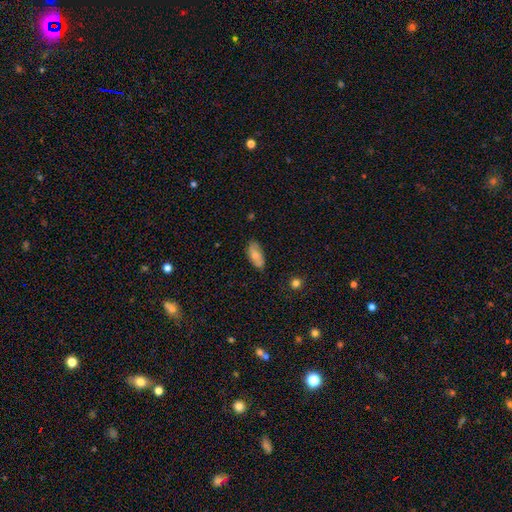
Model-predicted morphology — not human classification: Q: Smooth or featured?
A: smooth (74%); runner-up: featured or disk (19%)
Q: How rounded?
A: in between (89%); runner-up: cigar-shaped (9%)
Q: Merging?
A: none (76%); runner-up: minor disturbance (19%)